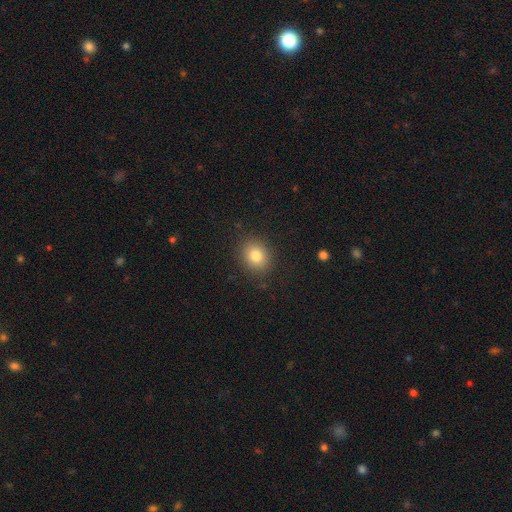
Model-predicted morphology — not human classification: Overall: smooth (80%). How rounded: round (66%; in between 33%). Merging: none (88%).